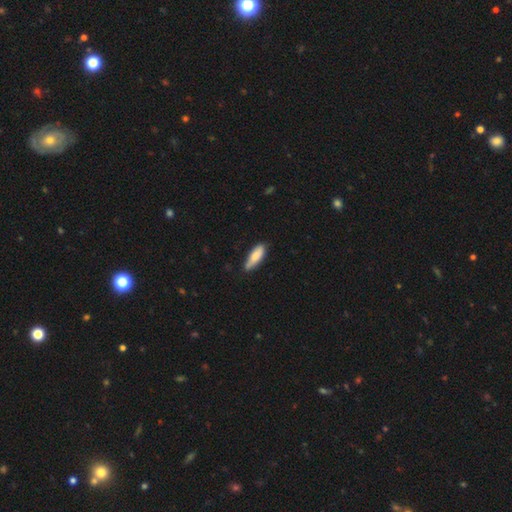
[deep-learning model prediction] Morphology: type=smooth (82%); roundness=in between (52%); merging=none (73%).